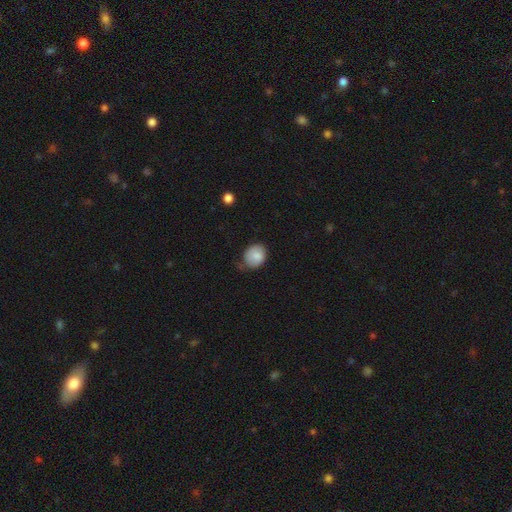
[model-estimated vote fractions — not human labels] Smooth or featured: smooth — 81% (featured or disk — 11%)
How rounded: round — 59% (in between — 40%)
Merging: none — 58% (minor disturbance — 32%)